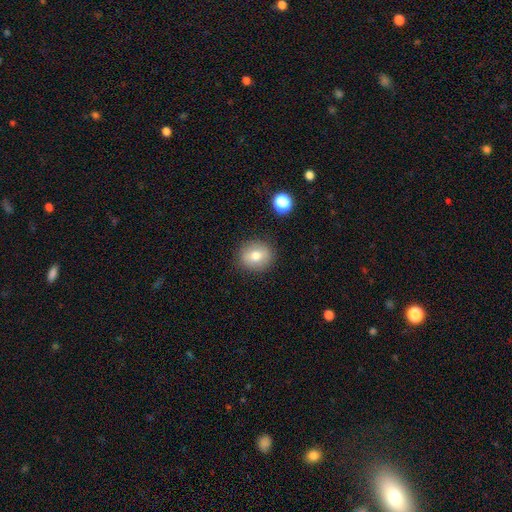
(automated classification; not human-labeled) Q: Smooth or featured?
A: smooth (75%); runner-up: featured or disk (15%)
Q: How rounded?
A: round (72%); runner-up: in between (27%)
Q: Merging?
A: none (86%); runner-up: minor disturbance (9%)